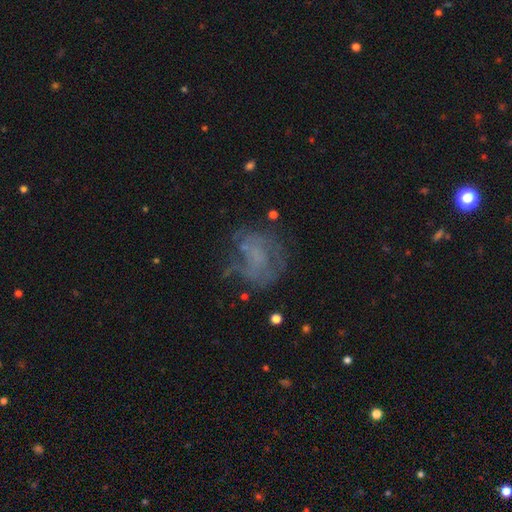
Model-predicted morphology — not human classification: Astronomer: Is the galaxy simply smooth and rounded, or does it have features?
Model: featured or disk — 51% (runner-up: smooth, 30%).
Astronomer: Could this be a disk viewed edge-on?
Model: no — 98%.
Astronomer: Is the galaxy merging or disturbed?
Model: none — 51%.